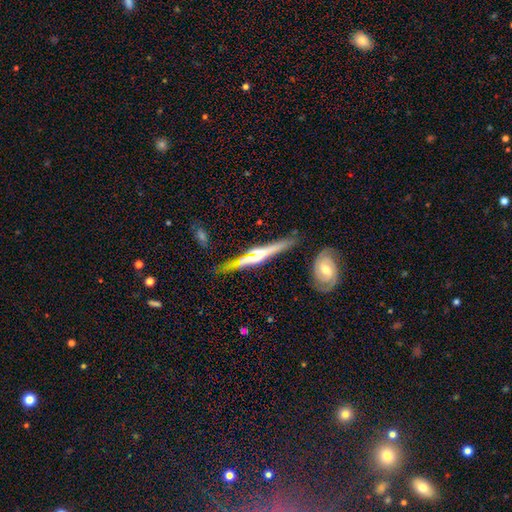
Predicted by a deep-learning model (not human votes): A featured or disk galaxy (74%) viewed edge-on (97%) with a rounded central bulge (80%).

Vote fractions:
- Smooth or featured? featured or disk: 74% / smooth: 20% / star or artifact: 6%
- Edge-on disk? yes: 97% / no: 3%
- Edge-on bulge? rounded: 80% / boxy: 11% / none: 9%
- Merging? none: 83% / minor disturbance: 11% / merger: 3% / major disturbance: 3%